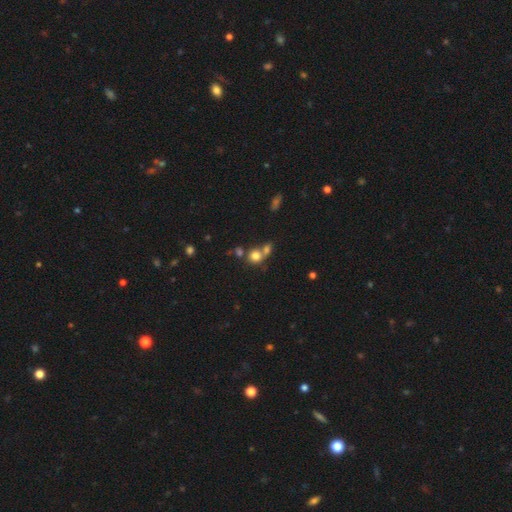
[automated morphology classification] A smooth galaxy with no disk features (77%) that is round (82%).

Vote fractions:
- Smooth or featured? smooth: 77% / star or artifact: 13% / featured or disk: 10%
- How rounded? round: 82% / in between: 17% / cigar-shaped: 1%
- Merging? merger: 44% / none: 43% / minor disturbance: 8% / major disturbance: 5%